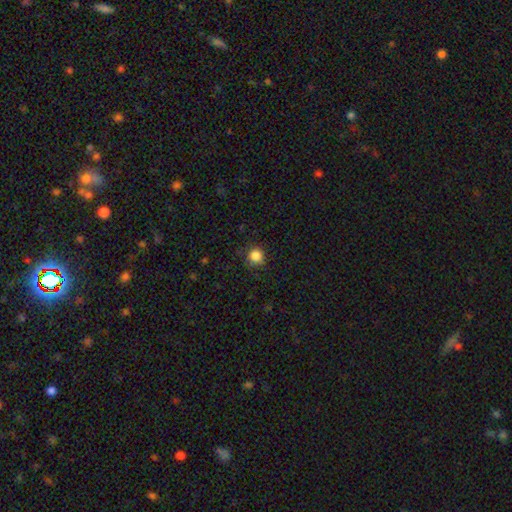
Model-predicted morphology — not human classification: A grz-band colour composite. It shows a smooth galaxy with no disk features (84%) that is round (93%). Merging: none (84%).